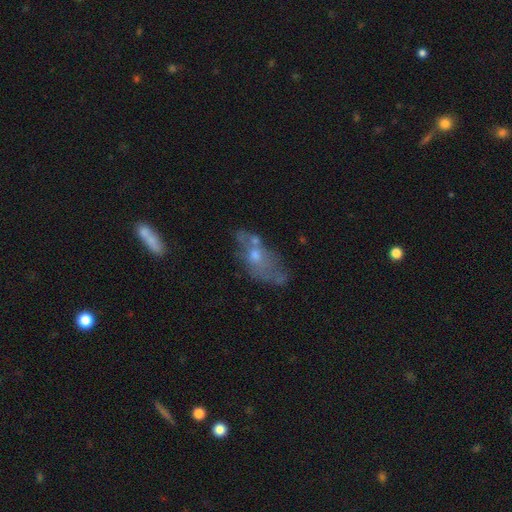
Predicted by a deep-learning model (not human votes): Smooth or featured: featured or disk — 49% (smooth — 39%)
Merging: none — 35% (minor disturbance — 24%)